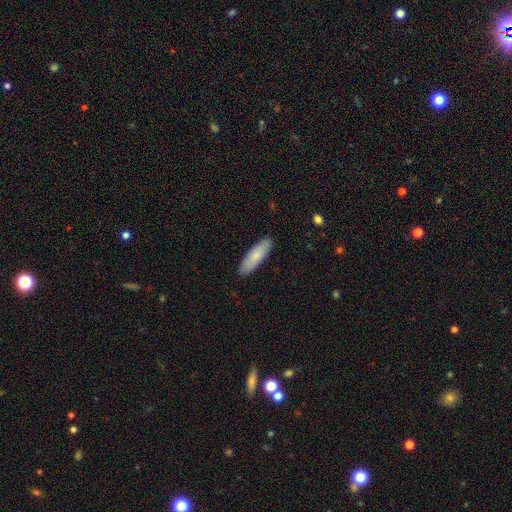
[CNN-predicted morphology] Smooth or featured?
  - smooth: 80% *
  - featured or disk: 15%
  - star or artifact: 5%
How rounded?
  - cigar-shaped: 51% *
  - in between: 47%
  - round: 2%
Merging?
  - none: 89% *
  - minor disturbance: 9%
  - major disturbance: 2%
  - merger: 1%